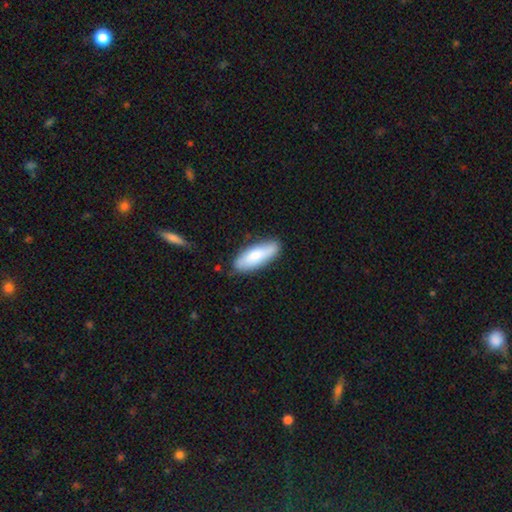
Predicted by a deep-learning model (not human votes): Smooth or featured: smooth — 77% (featured or disk — 18%)
How rounded: in between — 61% (cigar-shaped — 37%)
Merging: none — 81% (minor disturbance — 15%)